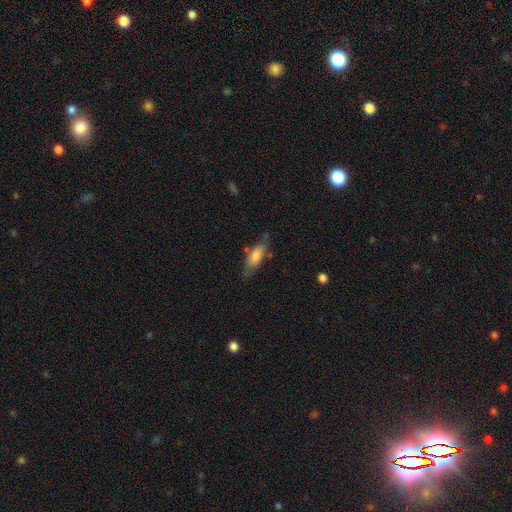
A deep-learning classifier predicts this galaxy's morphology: A smooth galaxy with no disk features (72%) that is in between round and cigar-shaped (61%). Merging: none (67%).